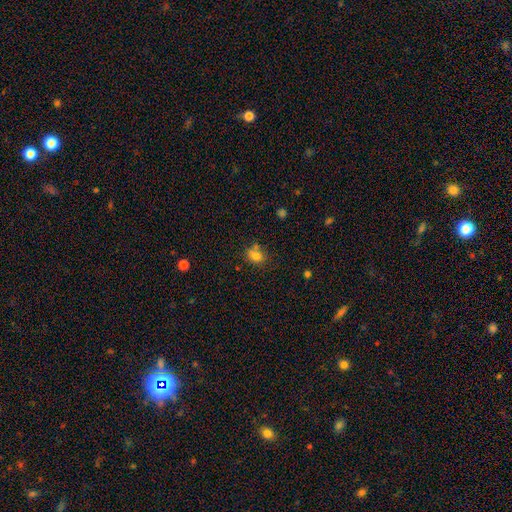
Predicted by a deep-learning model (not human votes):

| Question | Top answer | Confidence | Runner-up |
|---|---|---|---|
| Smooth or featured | smooth | 77% | star or artifact (13%) |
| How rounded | in between | 50% | round (48%) |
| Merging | none | 53% | merger (23%) |